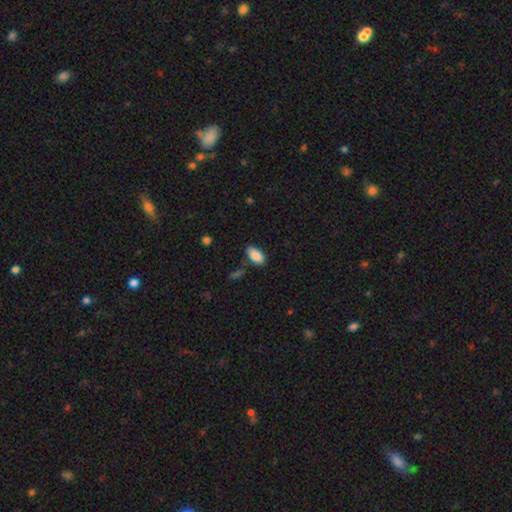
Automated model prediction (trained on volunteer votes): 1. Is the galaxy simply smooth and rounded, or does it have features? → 87% smooth, 7% star or artifact, 6% featured or disk.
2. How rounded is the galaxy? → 94% in between, 4% cigar-shaped, 3% round.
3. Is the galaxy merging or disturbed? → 79% none, 13% minor disturbance, 5% merger, 3% major disturbance.